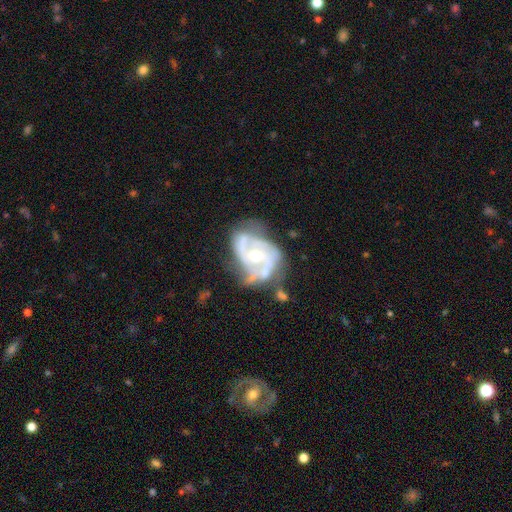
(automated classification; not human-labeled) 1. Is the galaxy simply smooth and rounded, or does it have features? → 86% featured or disk, 8% smooth, 6% star or artifact.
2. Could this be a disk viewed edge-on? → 98% no, 2% yes.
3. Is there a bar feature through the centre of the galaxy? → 66% no, 27% weak, 8% strong.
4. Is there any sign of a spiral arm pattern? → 91% yes, 9% no.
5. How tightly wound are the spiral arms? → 44% medium, 41% tight, 14% loose.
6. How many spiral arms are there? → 42% 2, 29% 3, 18% can't tell, 4% 4, 4% 1, 3% more than 4.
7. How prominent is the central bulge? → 63% moderate, 32% small, 3% large, 1% none, 1% dominant.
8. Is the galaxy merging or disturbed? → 40% none, 28% minor disturbance, 22% major disturbance, 10% merger.